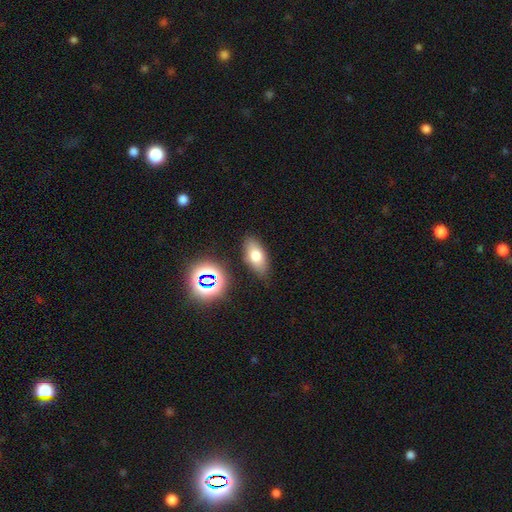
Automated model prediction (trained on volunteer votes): This is likely a smooth galaxy (71%). How rounded: clearly in between (86%). Merging: clearly none (84%).